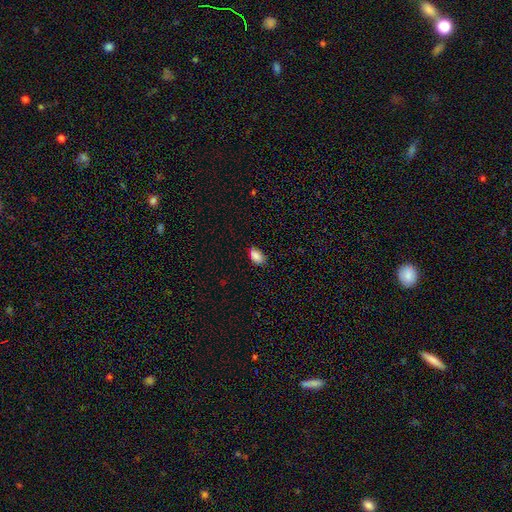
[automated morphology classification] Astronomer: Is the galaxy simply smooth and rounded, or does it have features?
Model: smooth — 88%.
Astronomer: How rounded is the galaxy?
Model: in between — 91%.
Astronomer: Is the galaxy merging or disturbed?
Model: none — 77%.